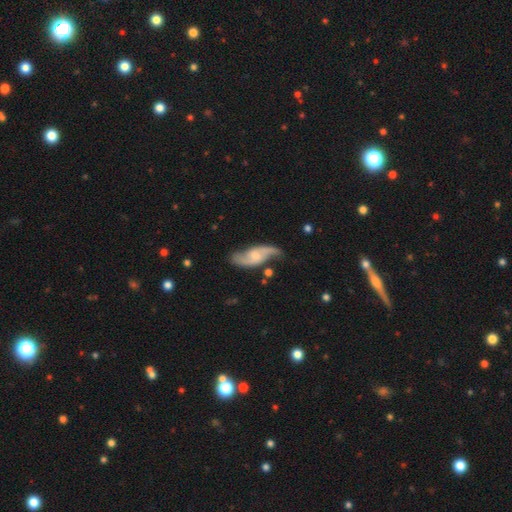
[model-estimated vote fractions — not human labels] Q: Smooth or featured?
A: featured or disk (82%); runner-up: smooth (13%)
Q: Edge-on disk?
A: no (94%); runner-up: yes (6%)
Q: Bar?
A: no (48%); runner-up: weak (42%)
Q: Spiral arms?
A: yes (95%); runner-up: no (5%)
Q: Spiral winding?
A: loose (63%); runner-up: medium (29%)
Q: Spiral arm count?
A: 2 (91%); runner-up: can't tell (4%)
Q: Bulge size?
A: small (41%); runner-up: moderate (35%)
Q: Merging?
A: none (69%); runner-up: minor disturbance (19%)